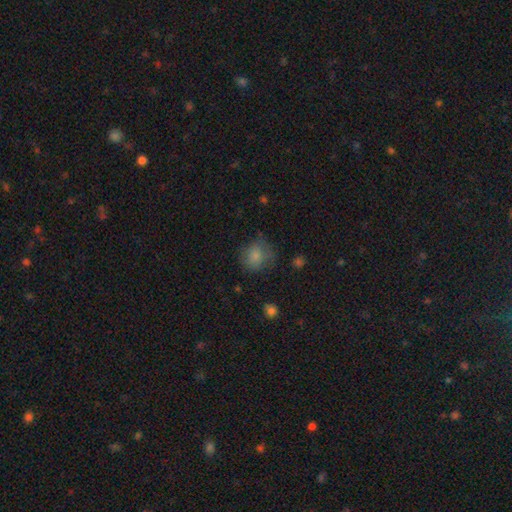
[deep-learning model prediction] Smooth or featured? smooth (80%)
How rounded? round (75%)
Merging? none (64%)